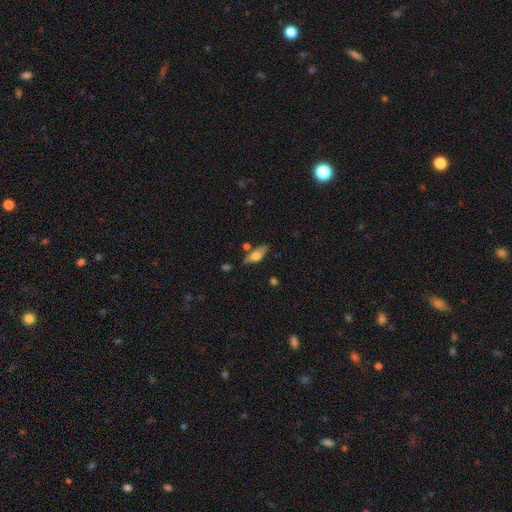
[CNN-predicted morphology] smooth 57%, featured or disk 36%, star or artifact 7%. Down the decision tree: how rounded — in between (66%); merging — none (68%).